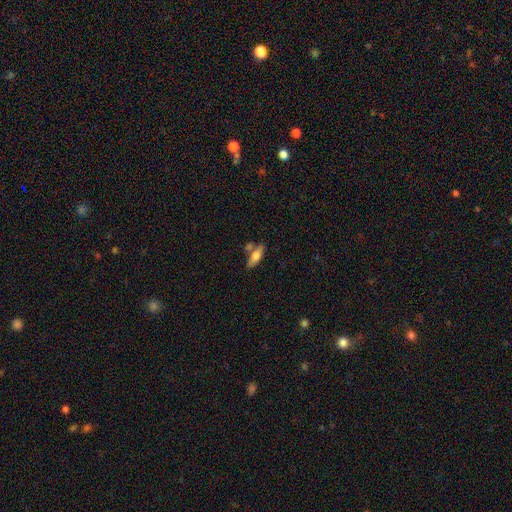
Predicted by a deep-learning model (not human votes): A smooth galaxy with no disk features (54%) that is in between round and cigar-shaped (52%). Merging: none (63%).